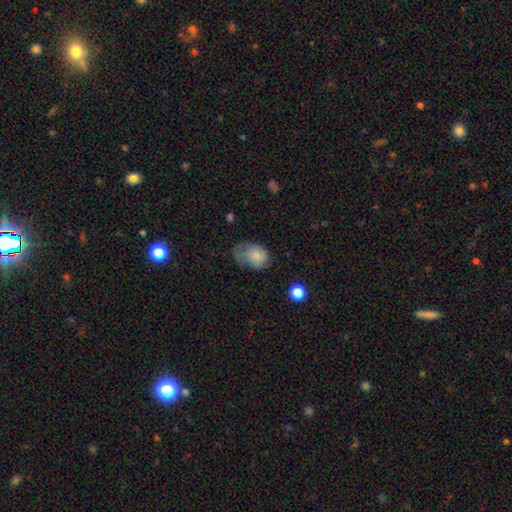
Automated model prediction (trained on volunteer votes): smooth 72%, featured or disk 20%, star or artifact 9%. Down the decision tree: how rounded — in between (78%); merging — minor disturbance (35%).